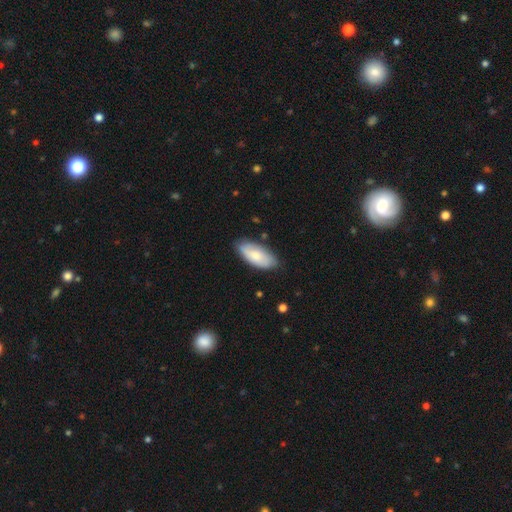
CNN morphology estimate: Smooth or featured? Predicted: smooth (p=0.71). How rounded? Predicted: in between (p=0.90). Merging? Predicted: none (p=0.78).